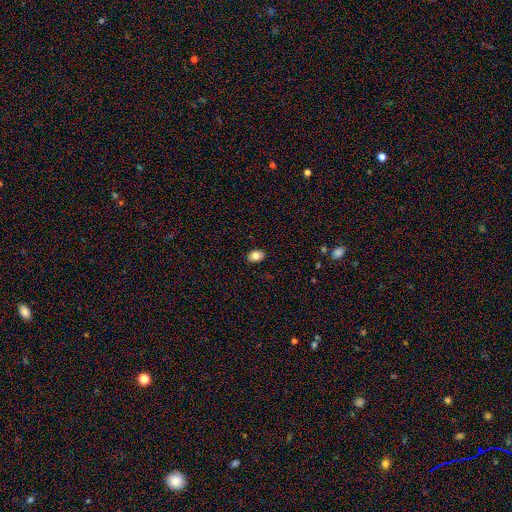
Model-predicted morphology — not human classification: type=smooth (81%); roundness=in between (76%); merging=none (89%).